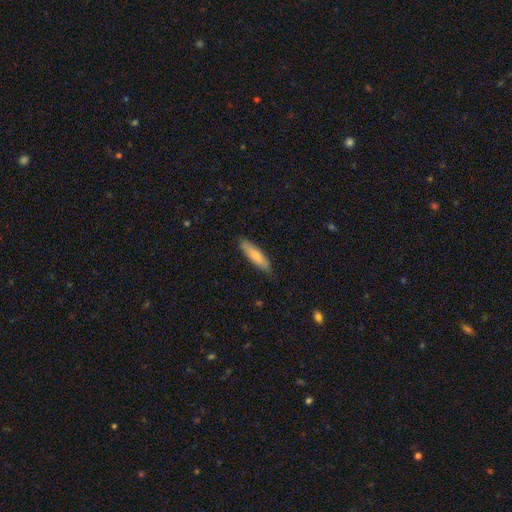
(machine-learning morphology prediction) Overall: smooth (78%). How rounded: cigar-shaped (69%; in between 30%). Merging: none (86%).